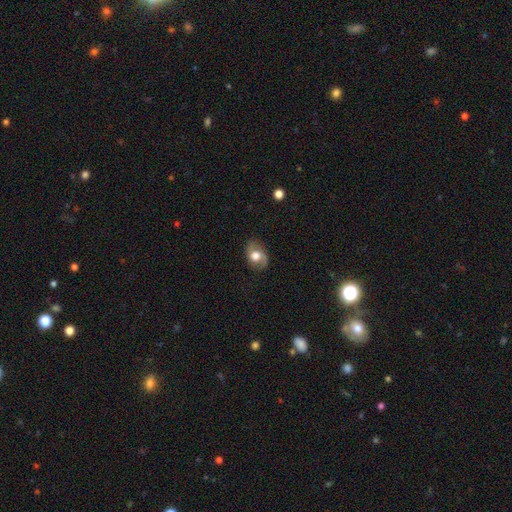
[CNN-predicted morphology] Smooth or featured?
  - smooth: 49% *
  - featured or disk: 42%
  - star or artifact: 9%
Merging?
  - none: 72% *
  - minor disturbance: 20%
  - major disturbance: 7%
  - merger: 1%